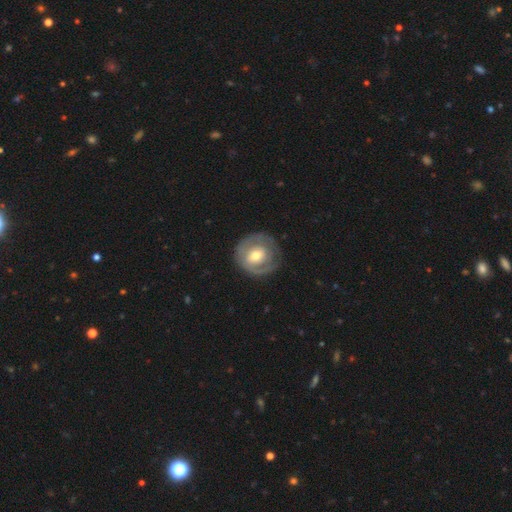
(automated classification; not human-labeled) Smooth or featured: featured or disk — 63% (smooth — 32%)
Edge-on disk: no — 97% (yes — 3%)
Bar: no — 49% (weak — 38%)
Spiral arms: yes — 65% (no — 35%)
Bulge size: moderate — 69% (small — 20%)
Merging: none — 75% (minor disturbance — 16%)